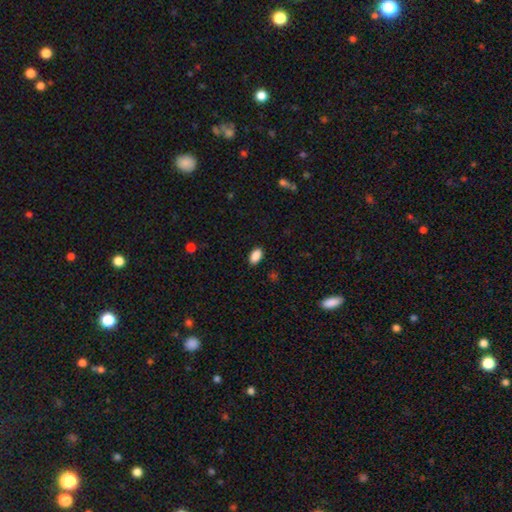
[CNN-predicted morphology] The model was most divided on "merging": none: 88%, minor disturbance: 9%, major disturbance: 2%, merger: 1%. More confident: how rounded — in between (92%); smooth or featured — smooth (89%).